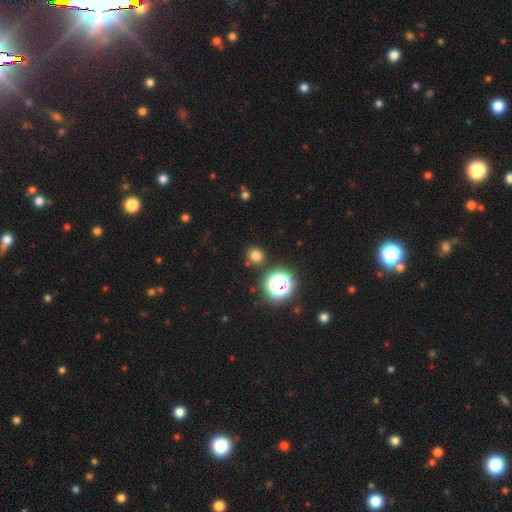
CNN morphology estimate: Smooth or featured? Predicted: smooth (p=0.72). How rounded? Predicted: round (p=0.88). Merging? Predicted: none (p=0.86).